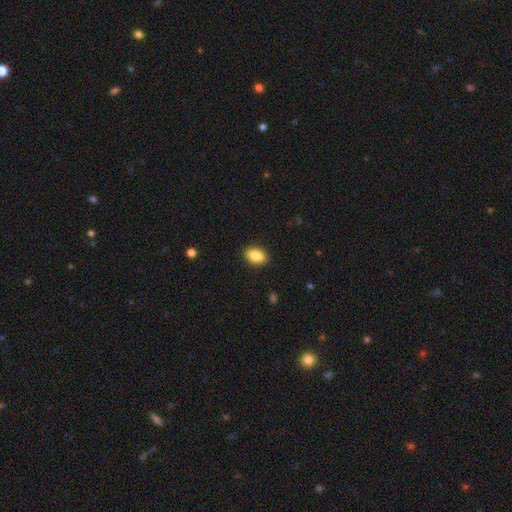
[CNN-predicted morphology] type=smooth (88%); roundness=in between (89%); merging=none (90%).